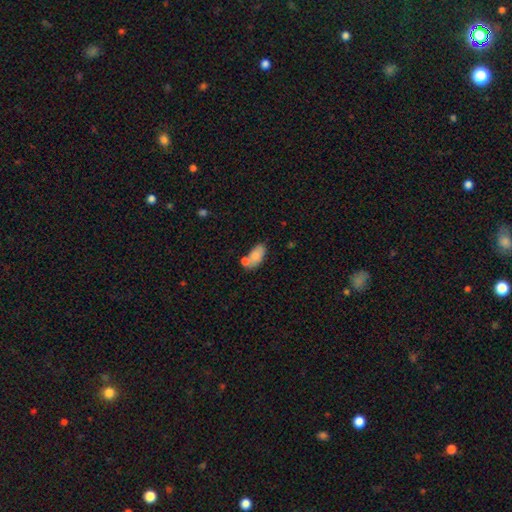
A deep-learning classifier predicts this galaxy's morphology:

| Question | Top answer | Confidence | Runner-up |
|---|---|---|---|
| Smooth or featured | smooth | 79% | featured or disk (13%) |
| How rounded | in between | 92% | cigar-shaped (4%) |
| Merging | none | 47% | merger (30%) |